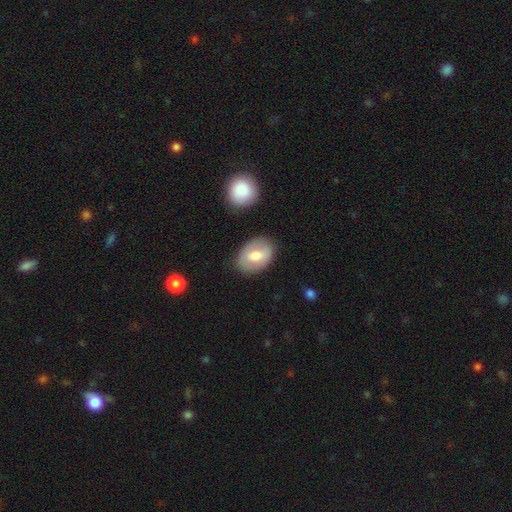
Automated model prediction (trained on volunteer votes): smooth 66%, featured or disk 28%, star or artifact 6%. Down the decision tree: how rounded — in between (79%); merging — none (81%).